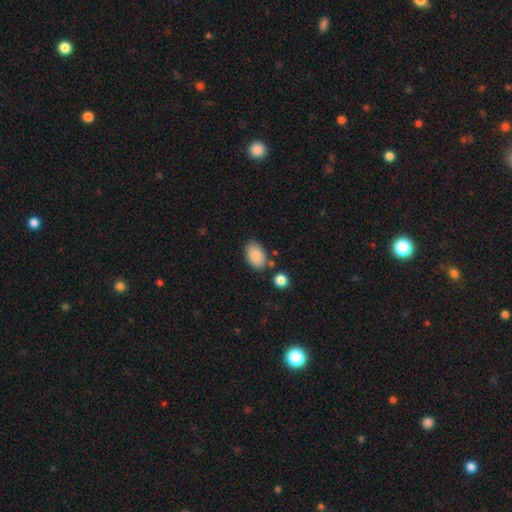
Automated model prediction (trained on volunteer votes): Q: Smooth or featured?
A: smooth (85%); runner-up: featured or disk (8%)
Q: How rounded?
A: in between (91%); runner-up: round (7%)
Q: Merging?
A: none (77%); runner-up: minor disturbance (14%)